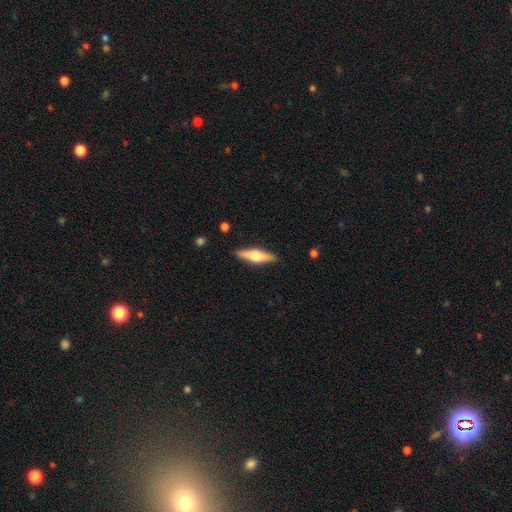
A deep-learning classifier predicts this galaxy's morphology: smooth-or-featured: featured or disk: 55% | smooth: 40% | star or artifact: 5%
  disk-edge-on: yes: 95% | no: 5%
    edge-on-bulge: rounded: 92% | boxy: 6% | none: 2%
  merging: none: 89% | minor disturbance: 8% | major disturbance: 2% | merger: 1%